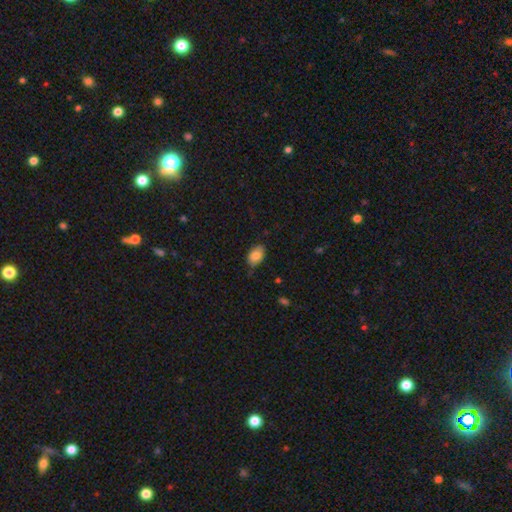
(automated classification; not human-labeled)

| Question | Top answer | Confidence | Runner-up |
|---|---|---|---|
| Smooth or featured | smooth | 83% | featured or disk (10%) |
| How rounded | in between | 90% | round (9%) |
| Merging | none | 74% | minor disturbance (21%) |